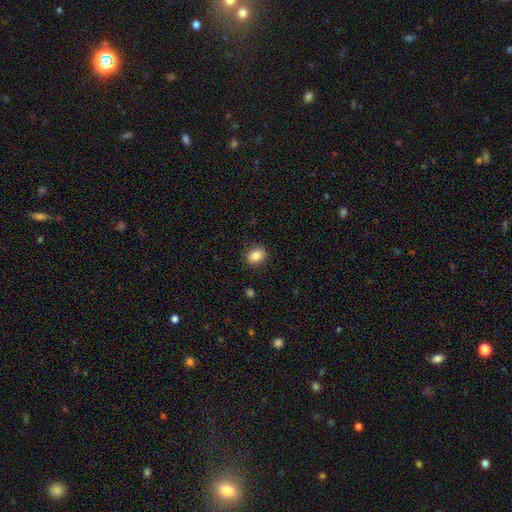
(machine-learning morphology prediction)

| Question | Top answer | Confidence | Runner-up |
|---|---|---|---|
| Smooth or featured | smooth | 84% | star or artifact (9%) |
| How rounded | in between | 61% | round (38%) |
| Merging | none | 88% | minor disturbance (9%) |